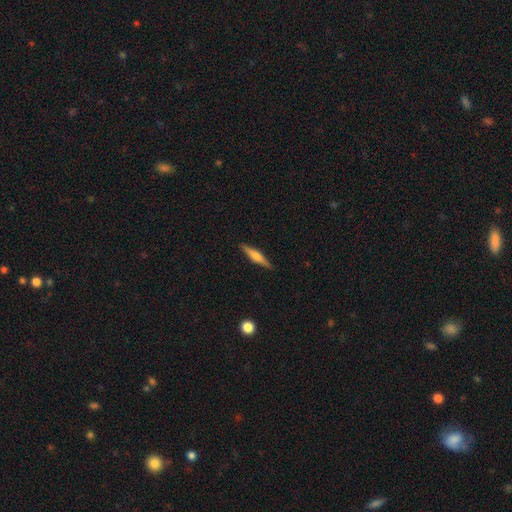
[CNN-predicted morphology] This is possibly a featured or disk galaxy (49%). Merging: clearly none (89%).